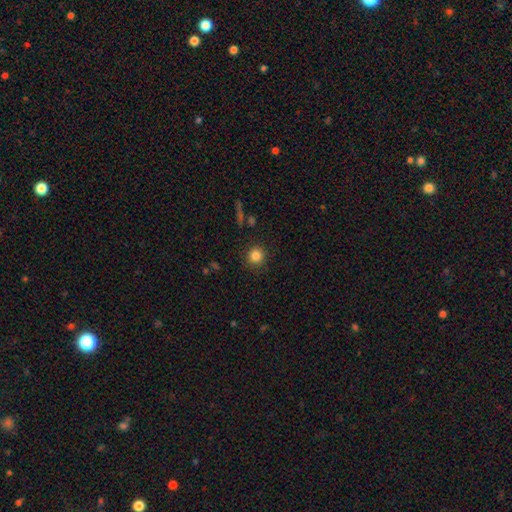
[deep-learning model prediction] Smooth or featured?
  - smooth: 83% *
  - star or artifact: 11%
  - featured or disk: 5%
How rounded?
  - round: 93% *
  - in between: 6%
  - cigar-shaped: 1%
Merging?
  - none: 89% *
  - minor disturbance: 7%
  - major disturbance: 2%
  - merger: 2%